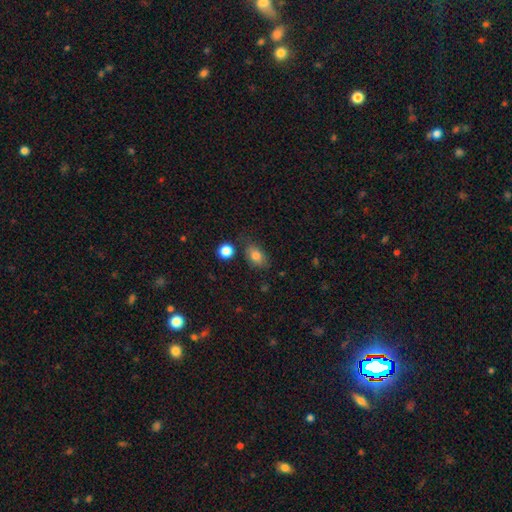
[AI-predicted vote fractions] Smooth or featured? Predicted: smooth (p=0.80). How rounded? Predicted: in between (p=0.79). Merging? Predicted: none (p=0.71).